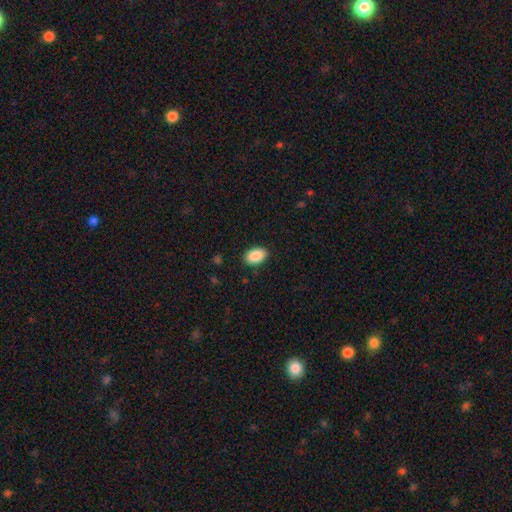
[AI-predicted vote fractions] Smooth or featured? Predicted: smooth (p=0.89). How rounded? Predicted: in between (p=0.91). Merging? Predicted: none (p=0.89).